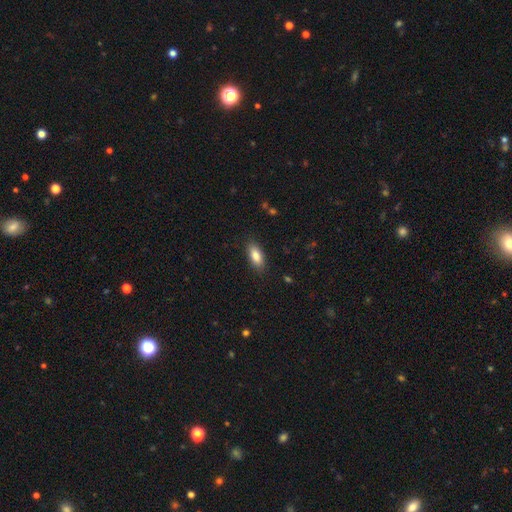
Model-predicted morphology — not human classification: This appears to be a smooth galaxy with no disk features (85%) that is in between round and cigar-shaped (85%). Merging: none (86%).